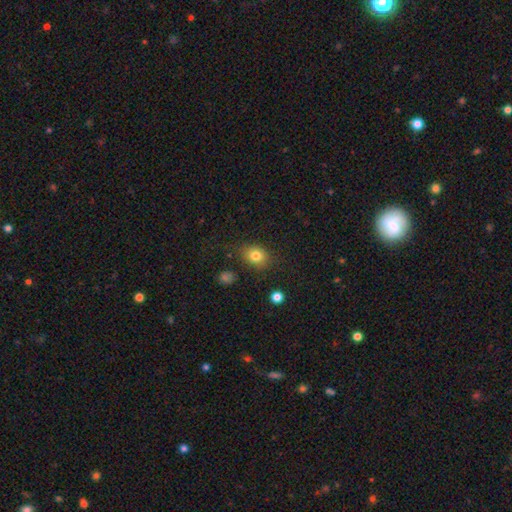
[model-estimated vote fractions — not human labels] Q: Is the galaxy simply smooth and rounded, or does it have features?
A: smooth — 80%.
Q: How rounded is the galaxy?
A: round — 51%.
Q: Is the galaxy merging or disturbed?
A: none — 78%.